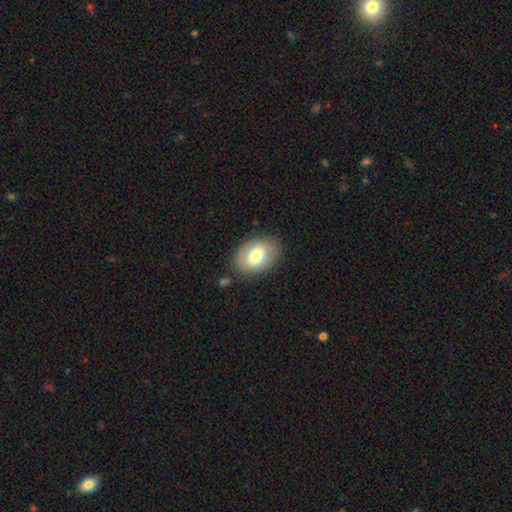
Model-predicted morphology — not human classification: Q: Smooth or featured?
A: smooth (72%); runner-up: featured or disk (21%)
Q: How rounded?
A: in between (81%); runner-up: round (18%)
Q: Merging?
A: none (82%); runner-up: minor disturbance (12%)